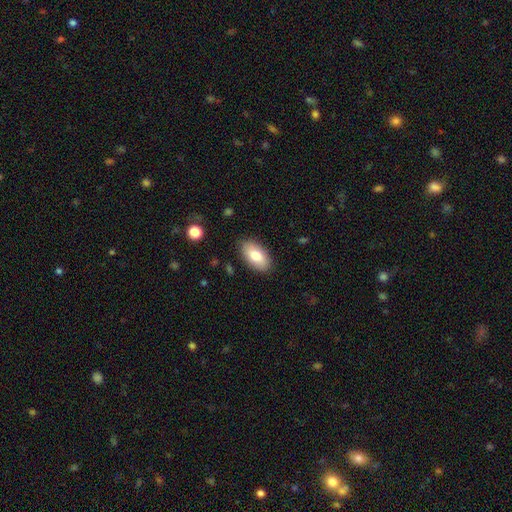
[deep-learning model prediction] smooth-or-featured: smooth: 81% | featured or disk: 13% | star or artifact: 6%
  how-rounded: in between: 94% | round: 3% | cigar-shaped: 3%
  merging: none: 86% | minor disturbance: 10% | major disturbance: 2% | merger: 1%